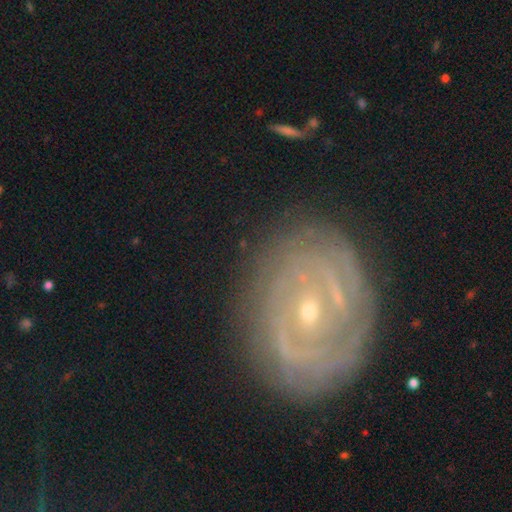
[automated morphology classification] This is clearly a featured or disk galaxy (82%). It is clearly not viewed edge-on (96%). Bar: marginally no (44%). Spiral arm pattern: clearly yes (88%). Spiral arm count: marginally can't tell (38%). Spiral winding: likely tight (76%). Central bulge: likely small (70%). Merging: likely none (80%).